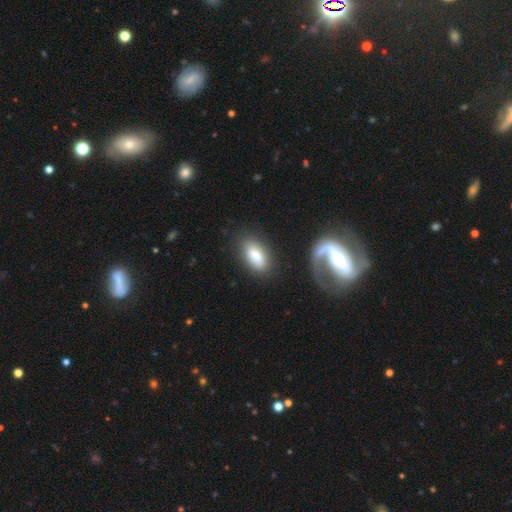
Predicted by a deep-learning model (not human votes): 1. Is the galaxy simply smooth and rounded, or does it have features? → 84% smooth, 10% featured or disk, 7% star or artifact.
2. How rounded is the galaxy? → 91% in between, 5% cigar-shaped, 4% round.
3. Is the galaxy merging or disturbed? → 78% none, 13% minor disturbance, 5% major disturbance, 4% merger.